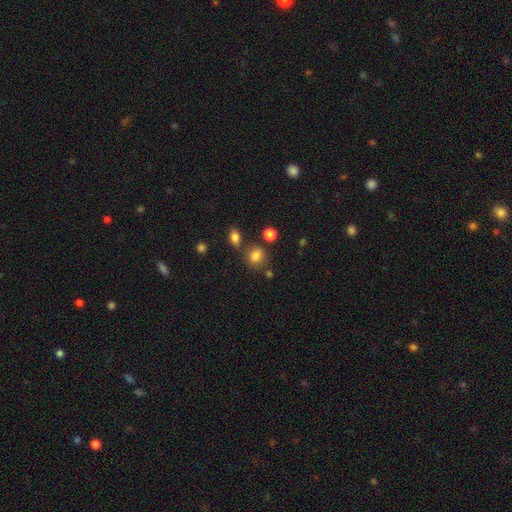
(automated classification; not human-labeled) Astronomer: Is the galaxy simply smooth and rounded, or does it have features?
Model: smooth — 82%.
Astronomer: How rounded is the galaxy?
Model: round — 73%.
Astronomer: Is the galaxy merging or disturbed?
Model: none — 72%.